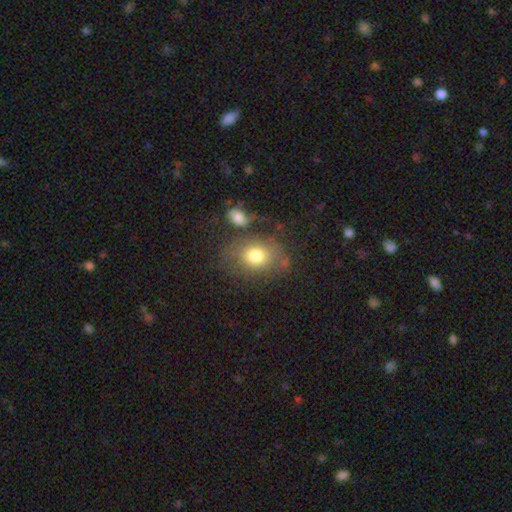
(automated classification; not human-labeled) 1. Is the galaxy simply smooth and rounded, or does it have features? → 72% smooth, 18% featured or disk, 11% star or artifact.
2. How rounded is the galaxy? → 53% in between, 45% round, 1% cigar-shaped.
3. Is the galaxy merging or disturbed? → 56% none, 18% minor disturbance, 15% merger, 11% major disturbance.